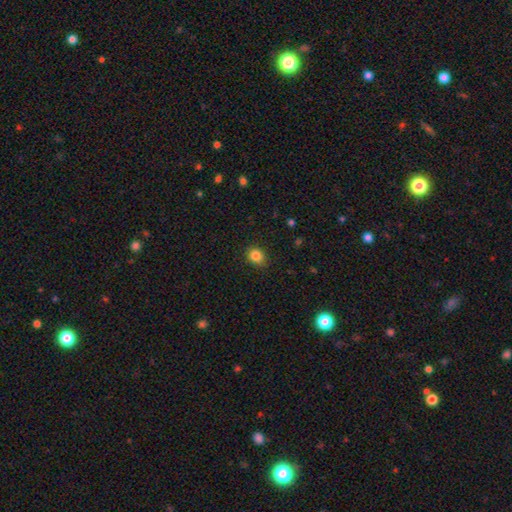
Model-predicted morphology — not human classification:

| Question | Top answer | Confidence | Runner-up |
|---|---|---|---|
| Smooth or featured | smooth | 85% | star or artifact (11%) |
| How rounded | round | 64% | in between (35%) |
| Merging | none | 87% | minor disturbance (10%) |